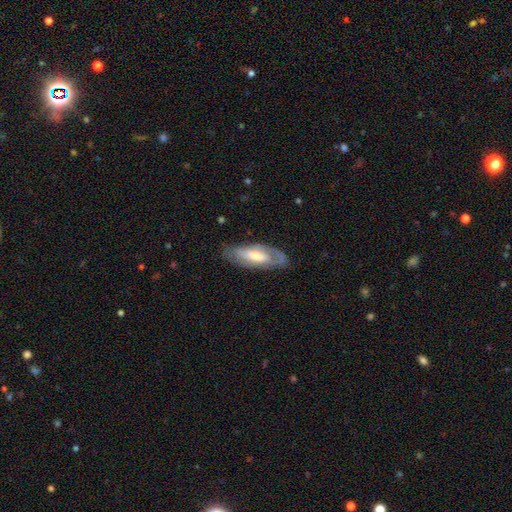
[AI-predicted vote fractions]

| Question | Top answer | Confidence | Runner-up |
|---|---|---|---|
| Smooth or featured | featured or disk | 57% | smooth (37%) |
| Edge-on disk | no | 81% | yes (19%) |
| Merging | none | 72% | minor disturbance (19%) |